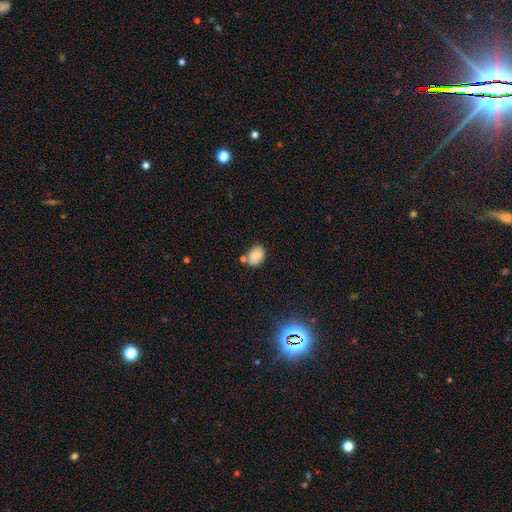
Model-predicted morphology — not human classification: This appears to be a smooth galaxy with no disk features (80%) that is in between round and cigar-shaped (76%). Merging: none (63%).